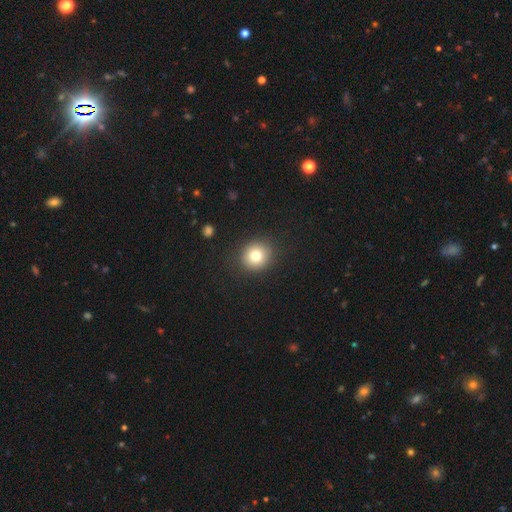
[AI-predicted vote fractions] Q: Smooth or featured?
A: smooth (77%); runner-up: star or artifact (12%)
Q: How rounded?
A: round (87%); runner-up: in between (12%)
Q: Merging?
A: none (90%); runner-up: minor disturbance (7%)